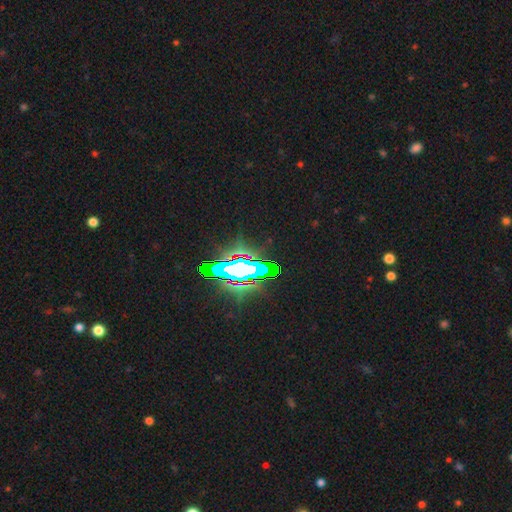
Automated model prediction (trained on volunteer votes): This appears to be a star or artifact, not a galaxy (60%).